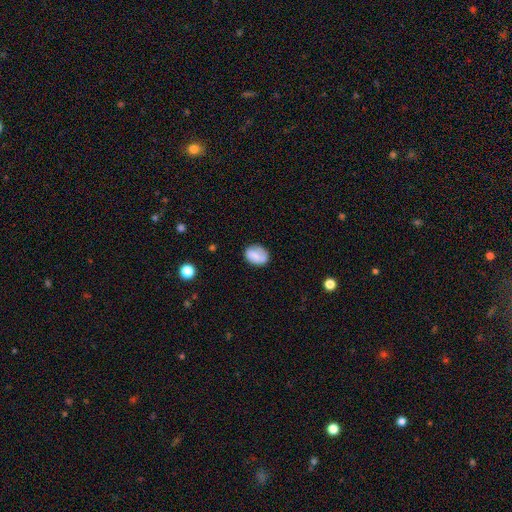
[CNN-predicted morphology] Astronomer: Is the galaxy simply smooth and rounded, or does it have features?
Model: smooth — 73%.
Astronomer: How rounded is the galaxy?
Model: in between — 67%.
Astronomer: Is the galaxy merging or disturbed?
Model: none — 73%.